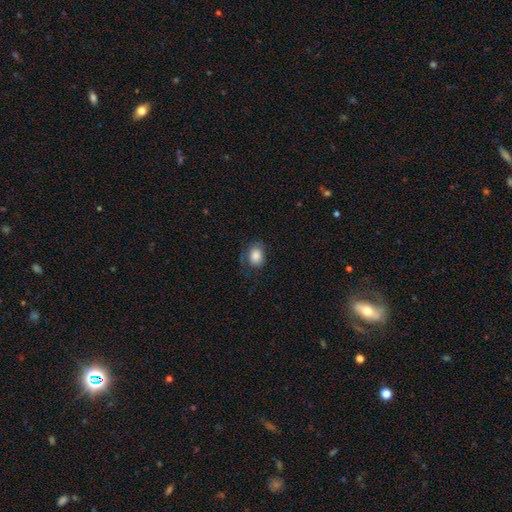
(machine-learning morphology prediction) smooth_or_featured: smooth (p=0.83) [alt: featured or disk p=0.09]
how_rounded: in between (p=0.59) [alt: round p=0.40]
merging: none (p=0.65) [alt: minor disturbance p=0.23]